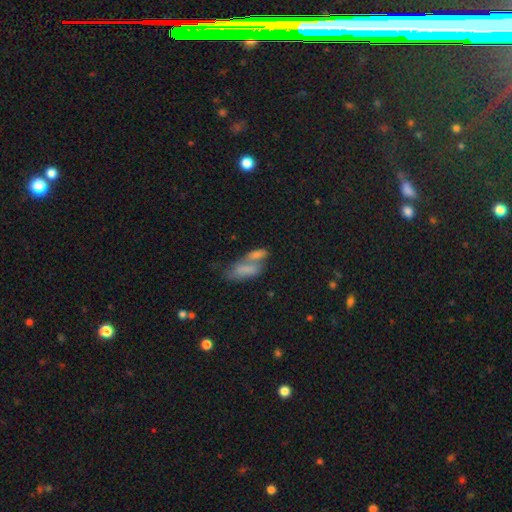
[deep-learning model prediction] smooth-or-featured: smooth: 43% | star or artifact: 32% | featured or disk: 25%
  merging: none: 43% | merger: 30% | minor disturbance: 15% | major disturbance: 12%